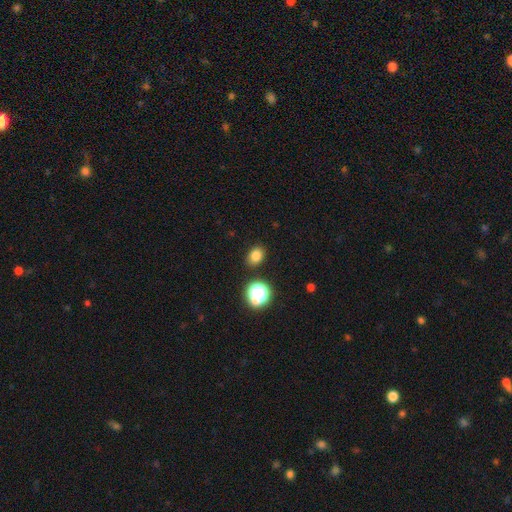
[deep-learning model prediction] Smooth or featured? smooth (78%)
How rounded? in between (56%)
Merging? none (86%)